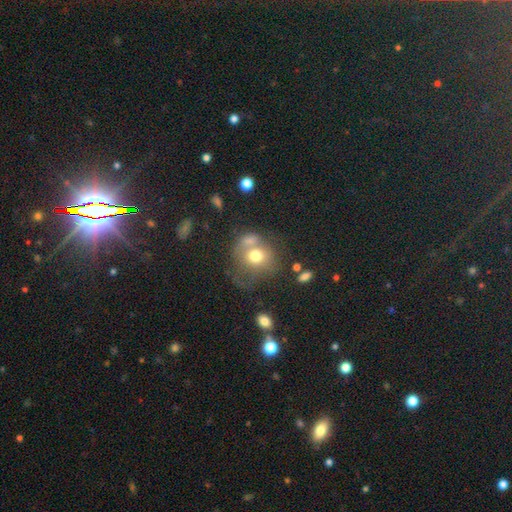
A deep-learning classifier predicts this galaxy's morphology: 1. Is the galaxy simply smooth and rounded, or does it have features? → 67% smooth, 22% featured or disk, 11% star or artifact.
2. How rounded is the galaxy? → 73% round, 26% in between, 1% cigar-shaped.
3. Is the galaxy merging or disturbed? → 34% merger, 33% none, 17% minor disturbance, 16% major disturbance.